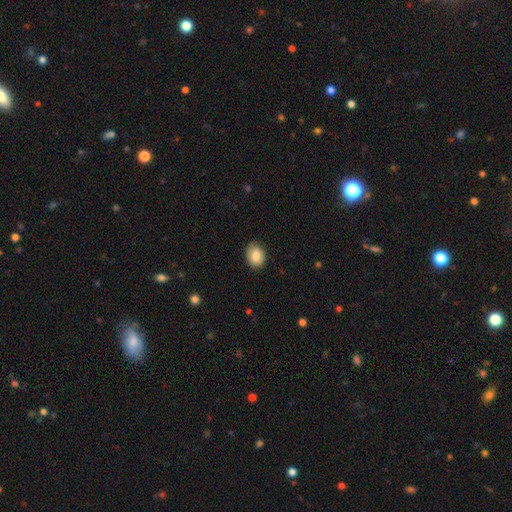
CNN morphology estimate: Smooth or featured? Predicted: smooth (p=0.81). How rounded? Predicted: in between (p=0.60). Merging? Predicted: none (p=0.81).